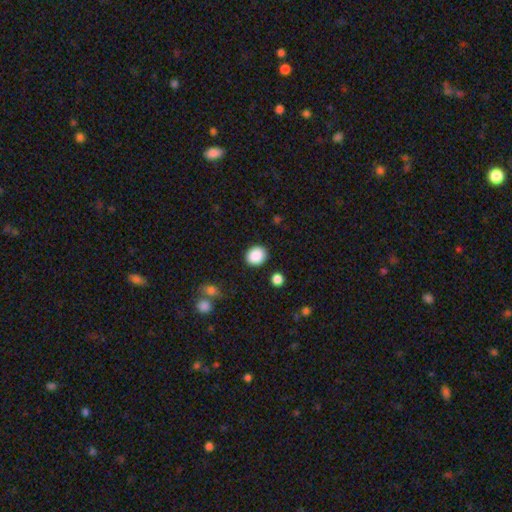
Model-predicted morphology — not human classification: This is clearly a smooth galaxy (89%). How rounded: likely round (71%). Merging: clearly none (89%).